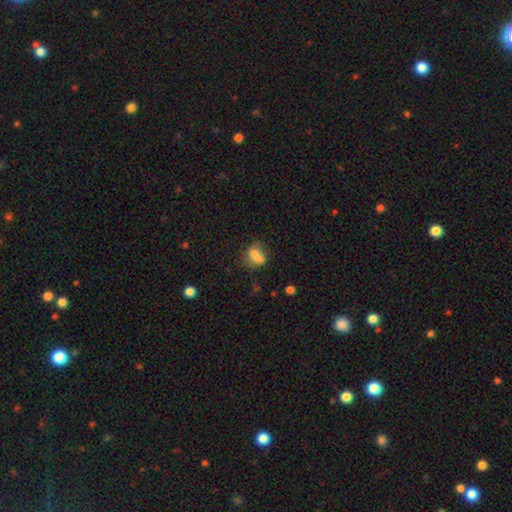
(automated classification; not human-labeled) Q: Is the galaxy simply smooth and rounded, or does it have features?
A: smooth — 71%.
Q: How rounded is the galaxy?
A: in between — 67%.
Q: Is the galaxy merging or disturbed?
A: none — 44%.